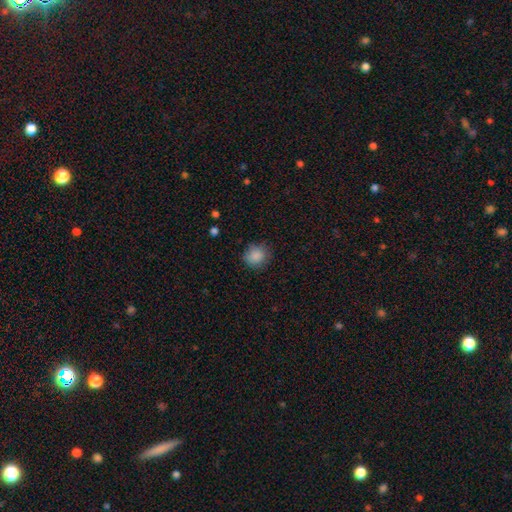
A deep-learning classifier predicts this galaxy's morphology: Overall: smooth (87%). How rounded: round (84%). Merging: none (80%).